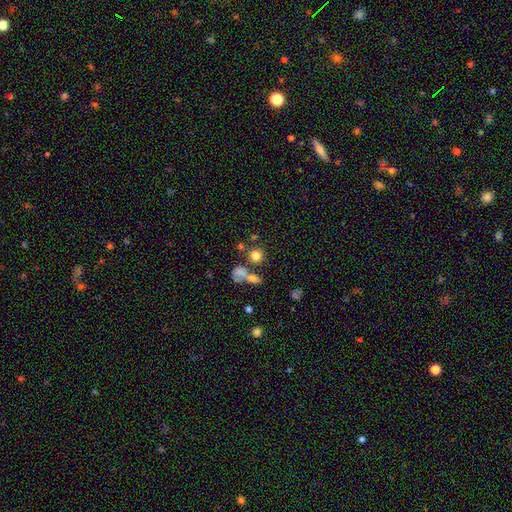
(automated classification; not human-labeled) A smooth galaxy with no disk features (76%) that is round (87%).

Vote fractions:
- Smooth or featured? smooth: 76% / star or artifact: 14% / featured or disk: 10%
- How rounded? round: 87% / in between: 11% / cigar-shaped: 1%
- Merging? none: 60% / merger: 26% / minor disturbance: 9% / major disturbance: 6%